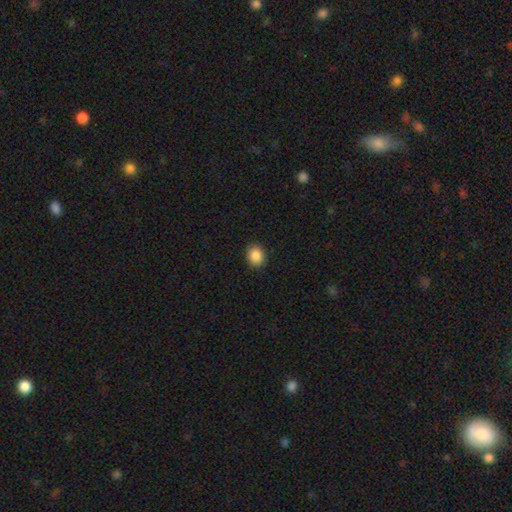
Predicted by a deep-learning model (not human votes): A smooth galaxy with no disk features (88%) that is round (63%). Merging: none (90%).